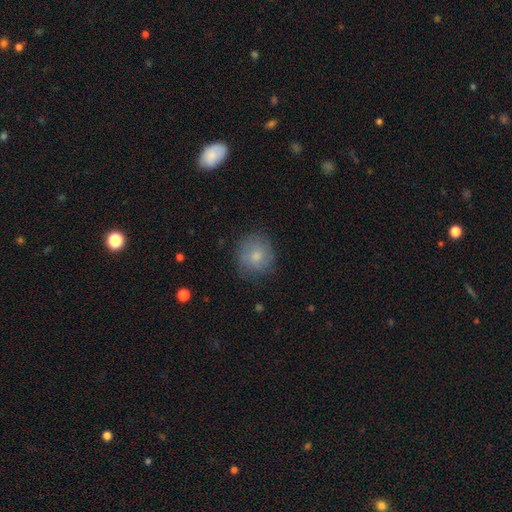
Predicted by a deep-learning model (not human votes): Smooth or featured?
  - smooth: 75% *
  - featured or disk: 17%
  - star or artifact: 8%
How rounded?
  - round: 88% *
  - in between: 11%
  - cigar-shaped: 1%
Merging?
  - none: 78% *
  - minor disturbance: 16%
  - major disturbance: 5%
  - merger: 1%